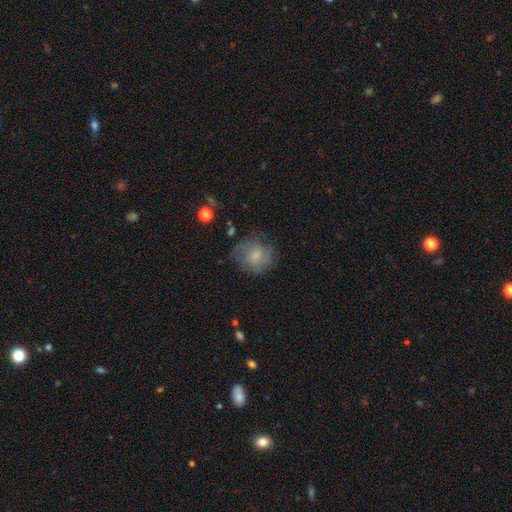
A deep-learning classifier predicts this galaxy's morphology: Smooth or featured?
  - smooth: 65% *
  - featured or disk: 26%
  - star or artifact: 9%
How rounded?
  - round: 77% *
  - in between: 22%
  - cigar-shaped: 1%
Merging?
  - none: 60% *
  - minor disturbance: 26%
  - major disturbance: 13%
  - merger: 2%